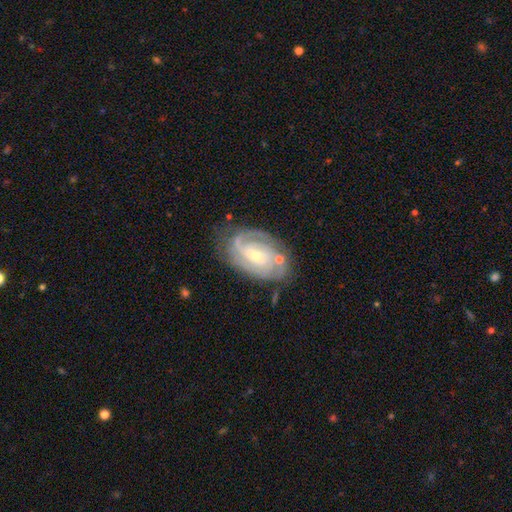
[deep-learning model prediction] Morphology: type=featured or disk (85%); edge-on=no (96%); bar=weak (45%); spiral arms=yes (96%); winding=tight (64%); arm count=2 (41%); bulge=small (67%); merging=none (68%).